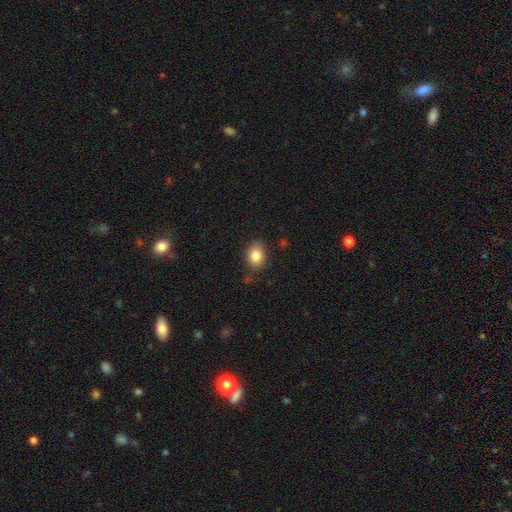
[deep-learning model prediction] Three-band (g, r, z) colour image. It shows a smooth galaxy with no disk features (83%) that is in between round and cigar-shaped (65%). Merging: none (80%).